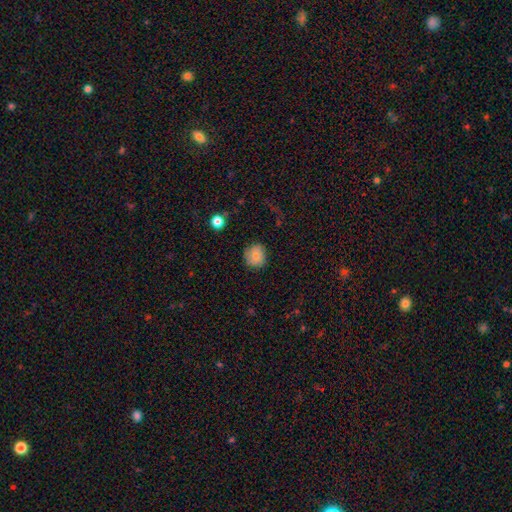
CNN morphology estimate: Smooth or featured?
  - smooth: 82% *
  - star or artifact: 9%
  - featured or disk: 8%
How rounded?
  - round: 83% *
  - in between: 16%
  - cigar-shaped: 1%
Merging?
  - none: 80% *
  - minor disturbance: 15%
  - major disturbance: 3%
  - merger: 1%